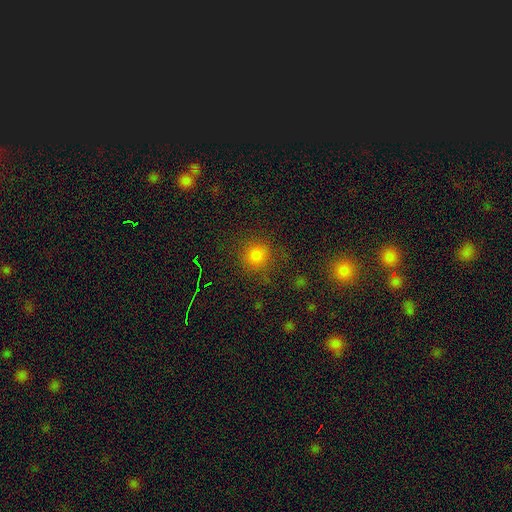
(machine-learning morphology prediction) A smooth galaxy with no disk features (76%) that is round (89%).

Vote fractions:
- Smooth or featured? smooth: 76% / star or artifact: 18% / featured or disk: 6%
- How rounded? round: 89% / in between: 10% / cigar-shaped: 1%
- Merging? none: 77% / minor disturbance: 13% / major disturbance: 7% / merger: 4%